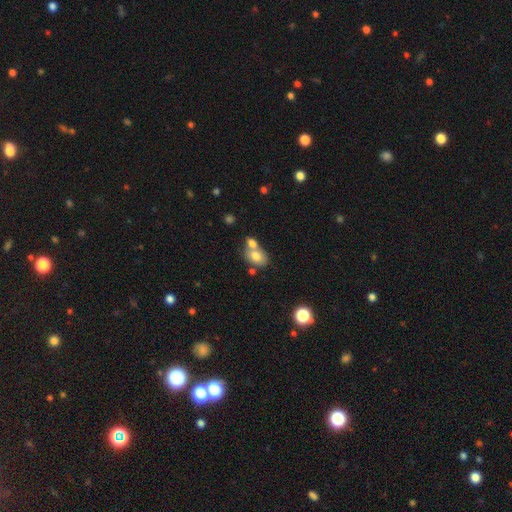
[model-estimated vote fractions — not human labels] The model was most divided on "merging": merger: 51%, none: 35%, minor disturbance: 10%, major disturbance: 4%. More confident: smooth or featured — smooth (75%); how rounded — in between (73%).